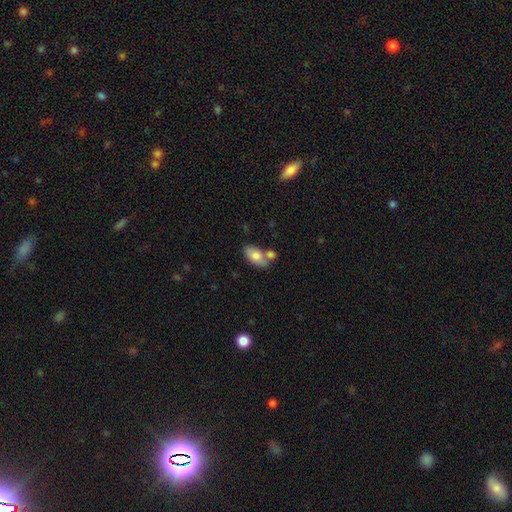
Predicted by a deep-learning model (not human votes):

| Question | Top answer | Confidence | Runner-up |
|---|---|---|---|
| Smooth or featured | smooth | 78% | featured or disk (15%) |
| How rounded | in between | 92% | round (5%) |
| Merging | none | 48% | merger (33%) |